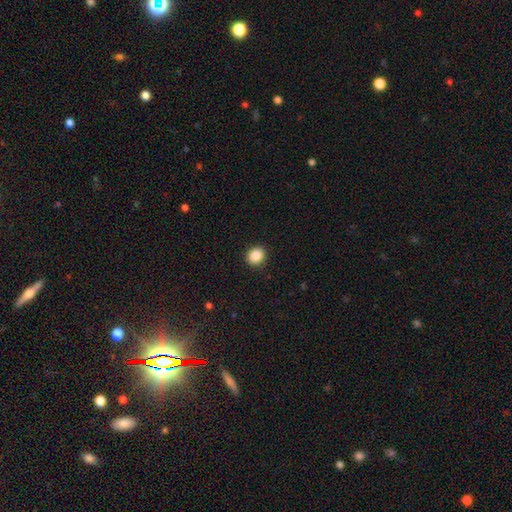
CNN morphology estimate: This appears to be a smooth galaxy with no disk features (87%) that is round (77%). Merging: none (92%).